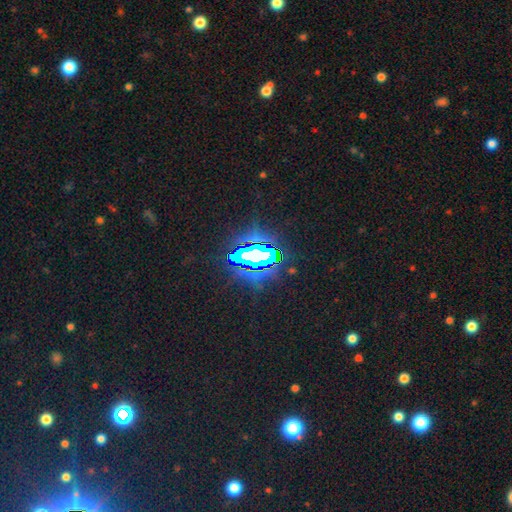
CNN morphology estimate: The model was most divided on "smooth or featured": star or artifact: 76%, featured or disk: 12%, smooth: 12%.